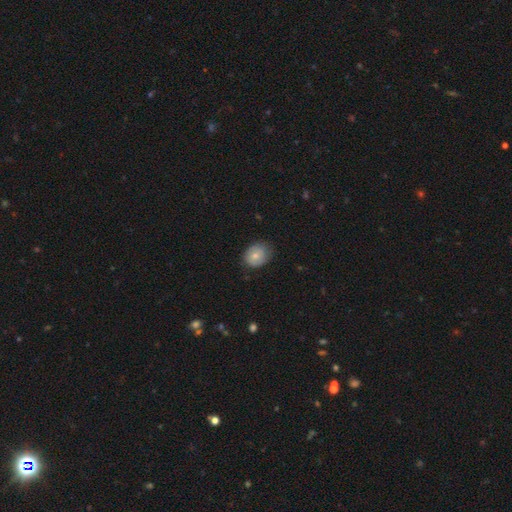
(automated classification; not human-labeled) Overall: smooth (74%). How rounded: round (57%; in between 42%). Merging: none (72%).